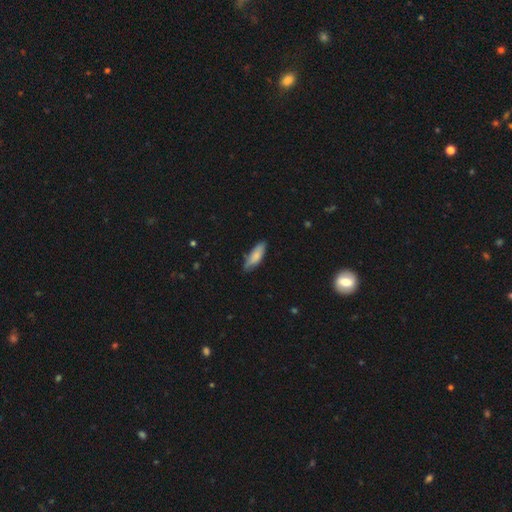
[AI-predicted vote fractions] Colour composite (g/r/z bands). It shows a smooth galaxy with no disk features (80%) that is in between round and cigar-shaped (60%). Merging: none (72%).